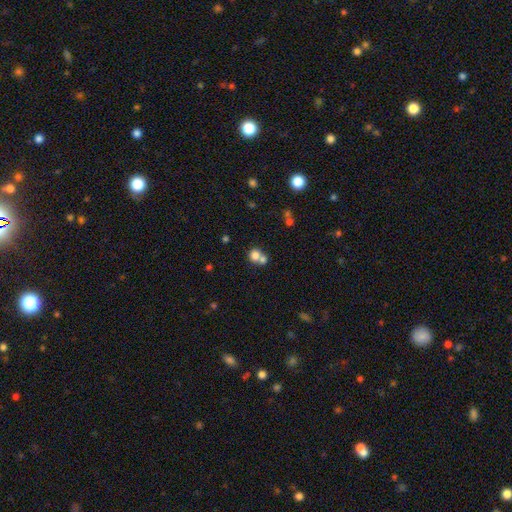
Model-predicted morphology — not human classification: Overall: smooth (76%). How rounded: round (80%). Merging: merger (56%; none 35%).